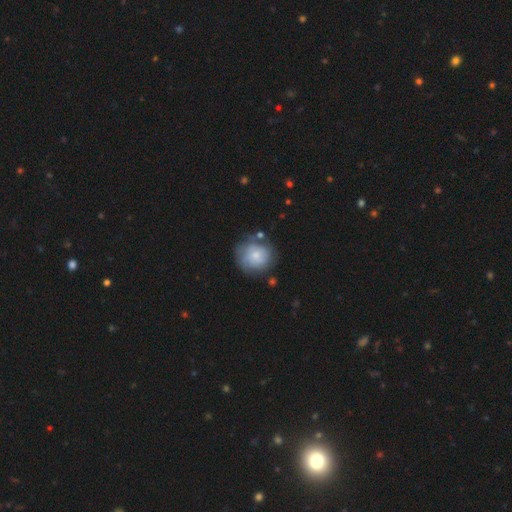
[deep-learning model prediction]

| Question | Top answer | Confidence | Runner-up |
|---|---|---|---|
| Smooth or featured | smooth | 61% | featured or disk (32%) |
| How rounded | round | 88% | in between (11%) |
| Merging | none | 66% | minor disturbance (20%) |